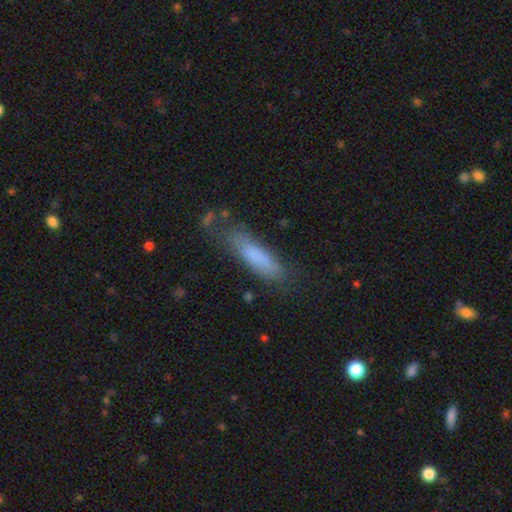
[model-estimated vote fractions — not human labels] Smooth or featured?
  - smooth: 75% *
  - featured or disk: 17%
  - star or artifact: 8%
How rounded?
  - cigar-shaped: 72% *
  - in between: 27%
  - round: 2%
Merging?
  - none: 66% *
  - minor disturbance: 22%
  - major disturbance: 9%
  - merger: 4%